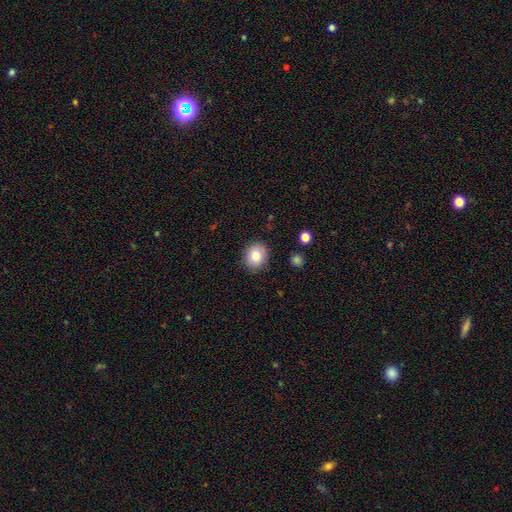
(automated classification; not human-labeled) The model was most divided on "how rounded": round: 67%, in between: 32%, cigar-shaped: 1%. More confident: merging — none (87%); smooth or featured — smooth (80%).